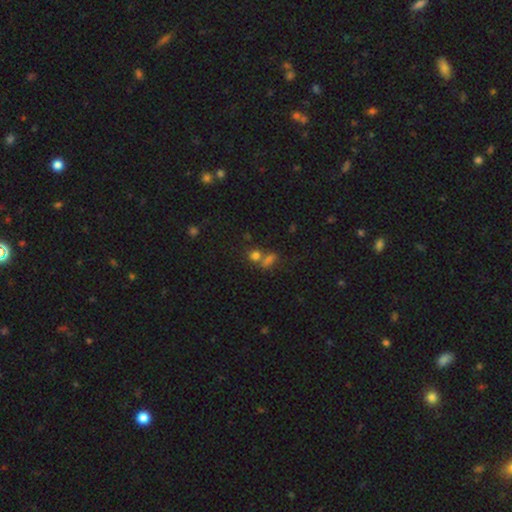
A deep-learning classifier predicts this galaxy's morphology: A smooth galaxy with no disk features (71%) that is round (67%).

Vote fractions:
- Smooth or featured? smooth: 71% / star or artifact: 20% / featured or disk: 9%
- How rounded? round: 67% / in between: 30% / cigar-shaped: 3%
- Merging? none: 44% / merger: 41% / minor disturbance: 9% / major disturbance: 5%